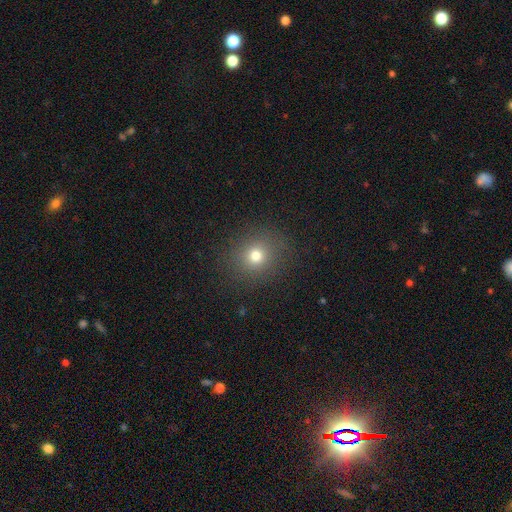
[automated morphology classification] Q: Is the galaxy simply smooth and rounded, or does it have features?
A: smooth — 74%.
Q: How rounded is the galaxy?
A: round — 83%.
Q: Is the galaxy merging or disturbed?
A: none — 88%.